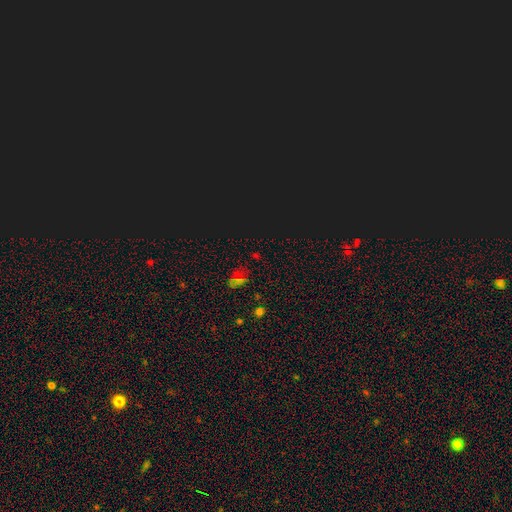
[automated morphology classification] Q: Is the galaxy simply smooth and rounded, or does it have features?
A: star or artifact — 70%.